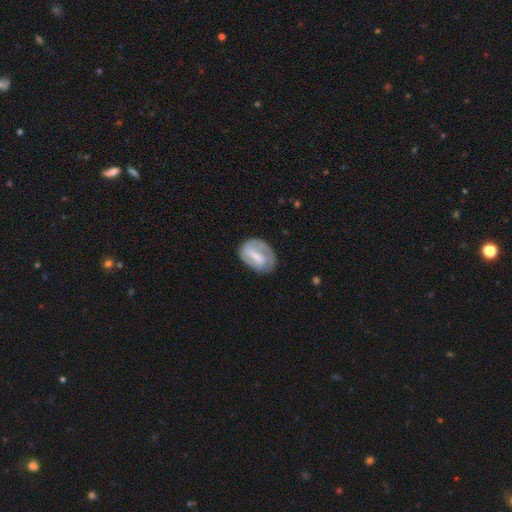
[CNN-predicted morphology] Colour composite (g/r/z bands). It shows a featured or disk galaxy (59%) with a strong bar (53%), spiral arms (70%) and no central bulge (32%). Merging: none (65%).